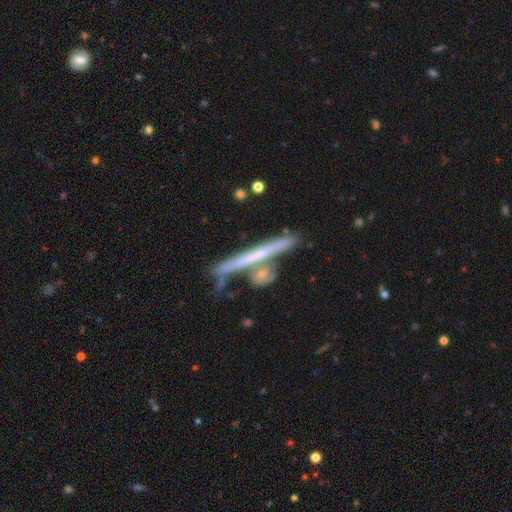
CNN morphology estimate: A featured or disk galaxy (61%) viewed edge-on (93%) with no central bulge (70%). Merging: none (60%).